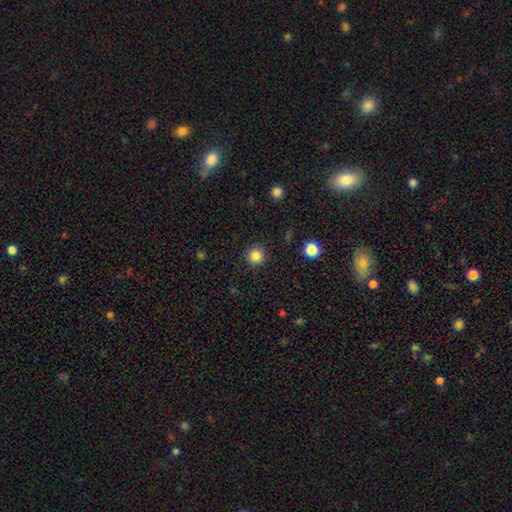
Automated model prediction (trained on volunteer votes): Smooth or featured?
  - smooth: 84% *
  - star or artifact: 12%
  - featured or disk: 4%
How rounded?
  - round: 95% *
  - in between: 4%
  - cigar-shaped: 1%
Merging?
  - none: 92% *
  - minor disturbance: 5%
  - major disturbance: 2%
  - merger: 1%